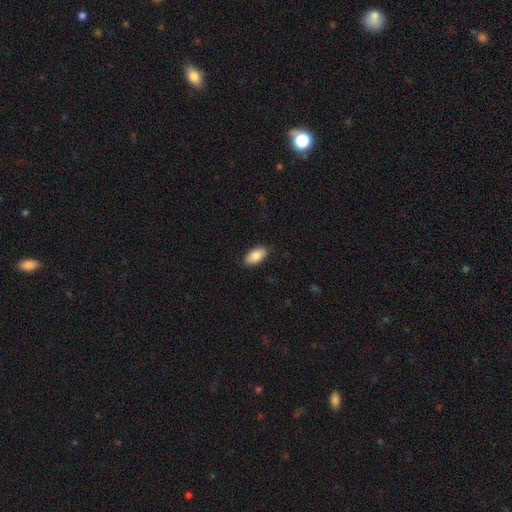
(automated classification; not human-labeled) This is clearly a smooth galaxy (86%). How rounded: clearly in between (94%). Merging: clearly none (88%).